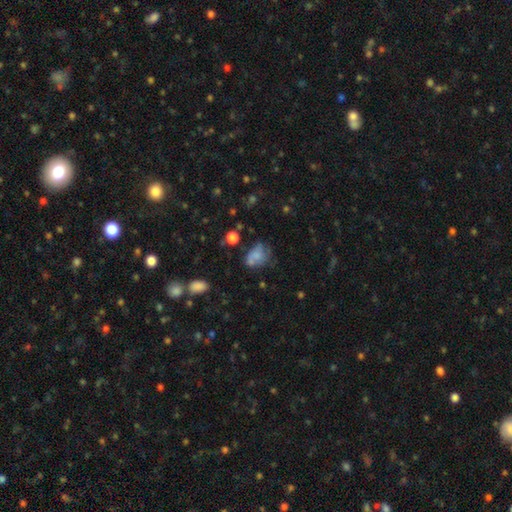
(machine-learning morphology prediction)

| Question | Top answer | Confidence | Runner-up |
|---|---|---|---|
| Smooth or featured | smooth | 67% | featured or disk (20%) |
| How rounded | in between | 68% | round (30%) |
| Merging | none | 38% | minor disturbance (30%) |